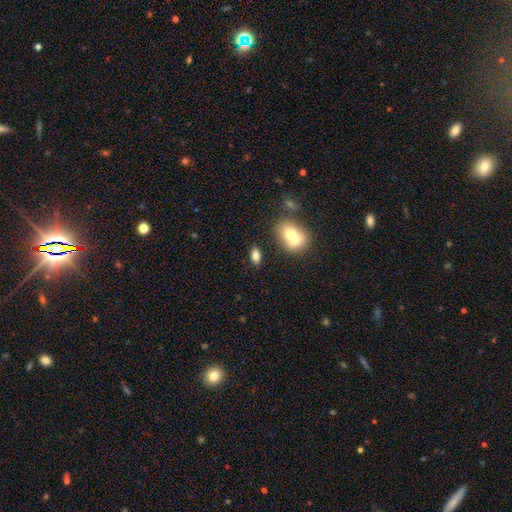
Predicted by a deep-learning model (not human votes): smooth-or-featured: smooth: 78% | featured or disk: 13% | star or artifact: 9%
  how-rounded: in between: 85% | round: 9% | cigar-shaped: 6%
  merging: none: 71% | merger: 15% | minor disturbance: 10% | major disturbance: 3%